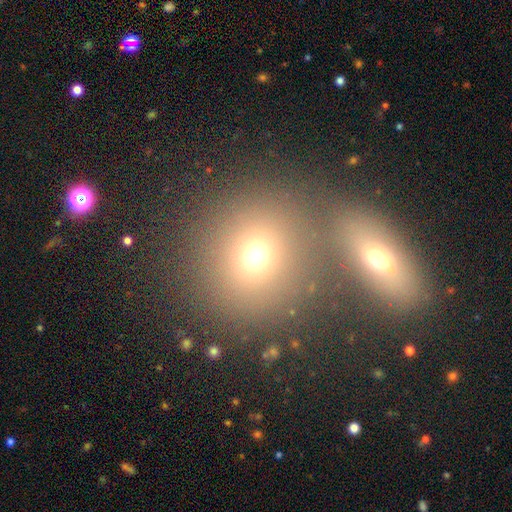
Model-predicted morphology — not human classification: type=smooth (69%); roundness=round (84%); merging=none (51%).